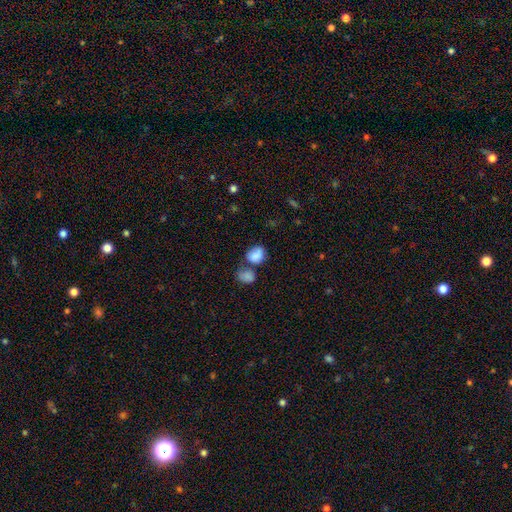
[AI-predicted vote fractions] A smooth galaxy with no disk features (82%) that is in between round and cigar-shaped (57%). Merging: merger (42%).